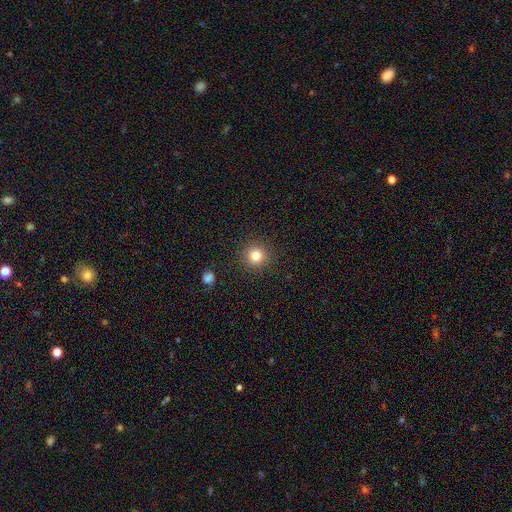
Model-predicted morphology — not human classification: The model was most divided on "smooth or featured": smooth: 81%, star or artifact: 12%, featured or disk: 6%. More confident: how rounded — round (95%); merging — none (91%).